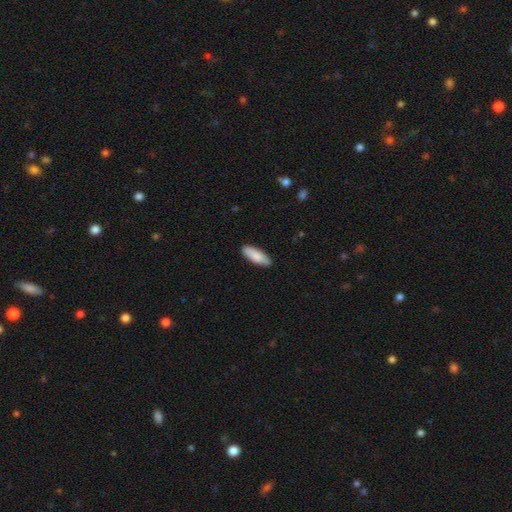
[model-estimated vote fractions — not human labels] smooth 85%, featured or disk 10%, star or artifact 5%. Down the decision tree: how rounded — in between (64%); merging — none (88%).